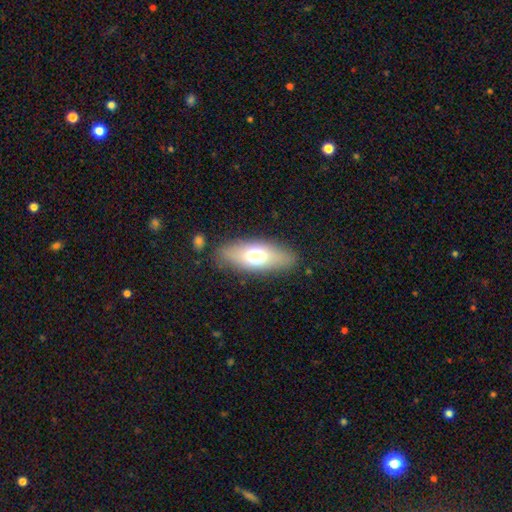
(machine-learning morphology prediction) This is likely a smooth galaxy (65%). How rounded: likely in between (75%). Merging: clearly none (83%).